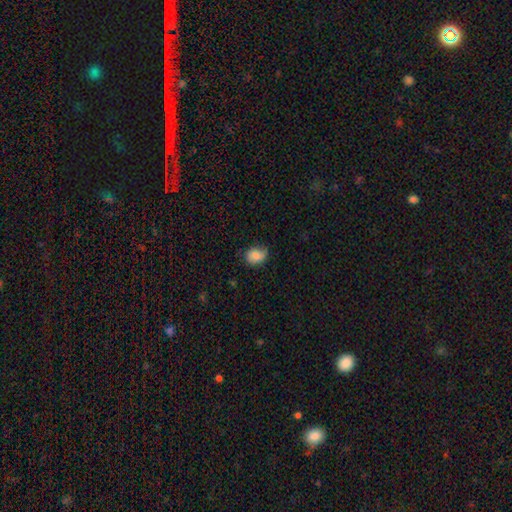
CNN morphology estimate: This is likely a smooth galaxy (79%). How rounded: possibly in between (58%). Merging: likely none (62%).